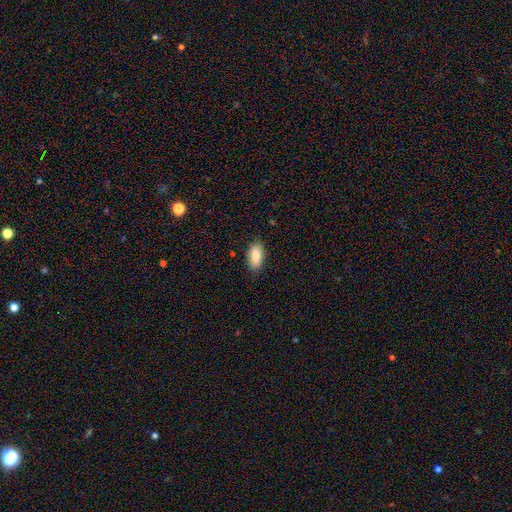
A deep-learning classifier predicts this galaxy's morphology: The model was most divided on "merging": none: 86%, minor disturbance: 11%, major disturbance: 2%, merger: 1%. More confident: how rounded — in between (91%); smooth or featured — smooth (85%).